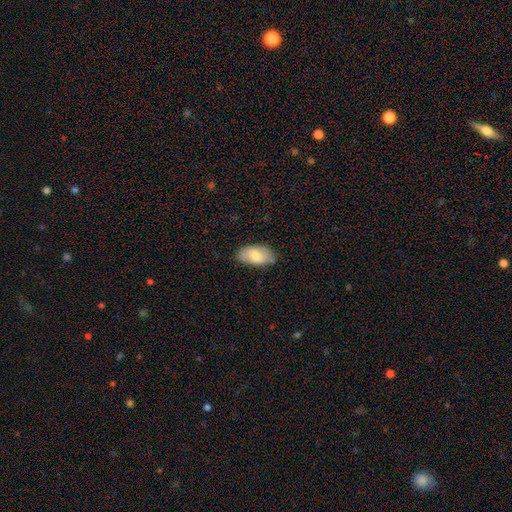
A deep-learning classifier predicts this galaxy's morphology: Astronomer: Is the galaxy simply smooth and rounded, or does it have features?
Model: smooth — 75%.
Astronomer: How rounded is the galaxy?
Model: in between — 94%.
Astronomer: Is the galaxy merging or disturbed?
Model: none — 71%.